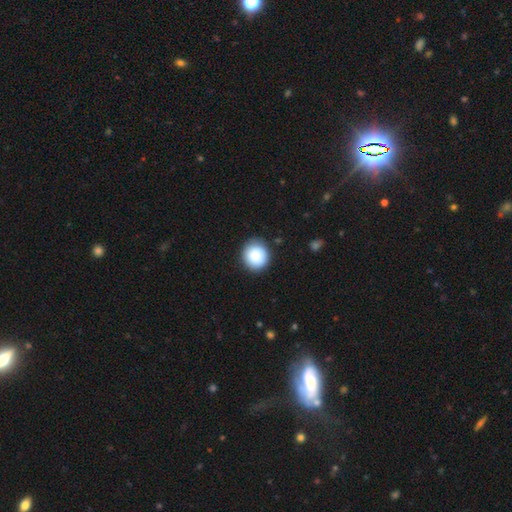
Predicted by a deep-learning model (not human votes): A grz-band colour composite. It shows a smooth galaxy with no disk features (87%) that is round (91%). Merging: none (87%).